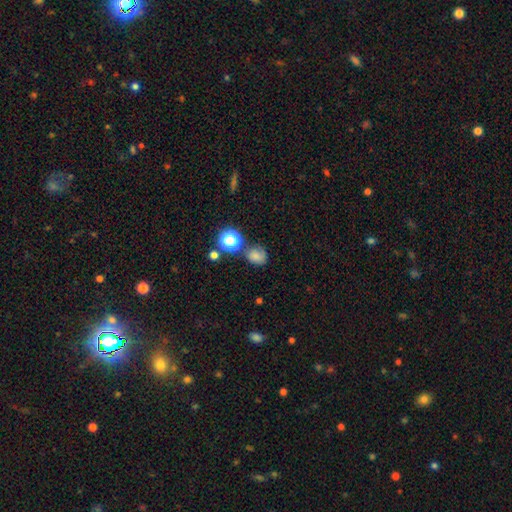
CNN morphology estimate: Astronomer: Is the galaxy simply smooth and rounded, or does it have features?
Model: smooth — 73%.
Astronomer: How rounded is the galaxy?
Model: round — 63%.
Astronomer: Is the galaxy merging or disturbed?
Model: none — 60%.